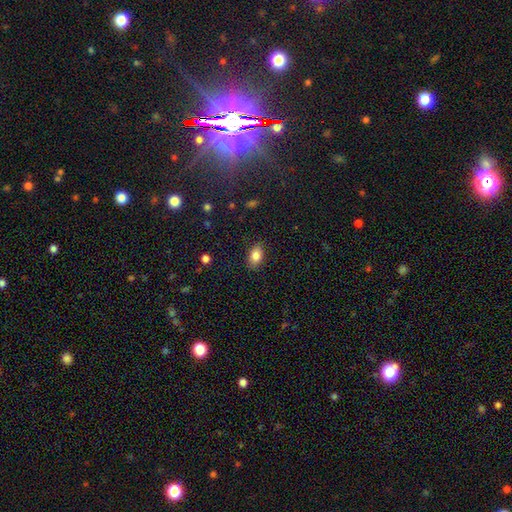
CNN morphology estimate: smooth-or-featured: smooth: 83% | star or artifact: 8% | featured or disk: 8%
  how-rounded: in between: 85% | round: 14% | cigar-shaped: 2%
  merging: none: 85% | minor disturbance: 11% | major disturbance: 2% | merger: 1%